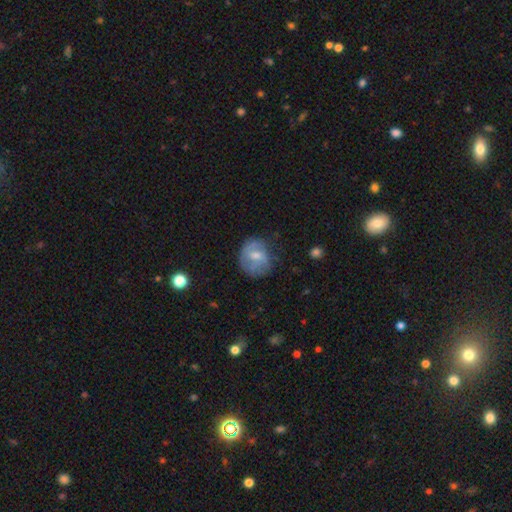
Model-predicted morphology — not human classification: This is possibly a smooth galaxy (47%). Merging: possibly none (56%).